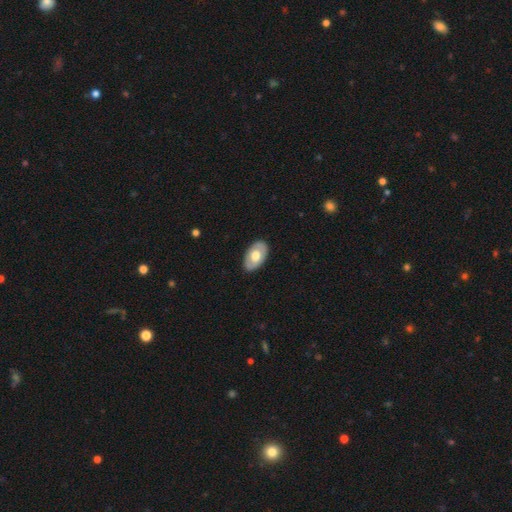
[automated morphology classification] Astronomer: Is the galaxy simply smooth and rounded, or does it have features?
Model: smooth — 54% (runner-up: featured or disk, 41%).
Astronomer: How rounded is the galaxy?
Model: in between — 92%.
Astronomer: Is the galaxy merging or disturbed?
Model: none — 85%.